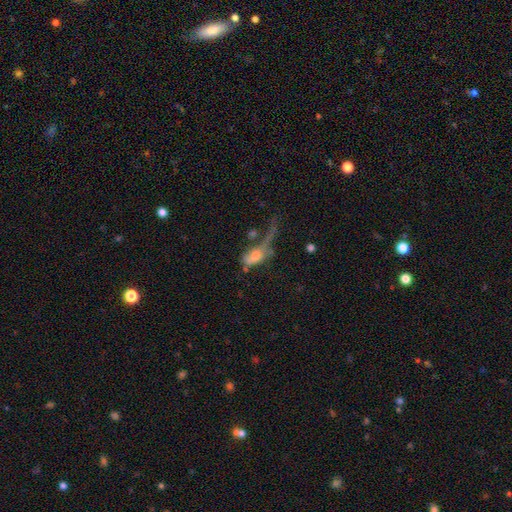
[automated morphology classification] Smooth or featured?
  - smooth: 54% *
  - featured or disk: 34%
  - star or artifact: 12%
How rounded?
  - in between: 77% *
  - cigar-shaped: 14%
  - round: 9%
Merging?
  - major disturbance: 45% *
  - merger: 20%
  - none: 20%
  - minor disturbance: 15%